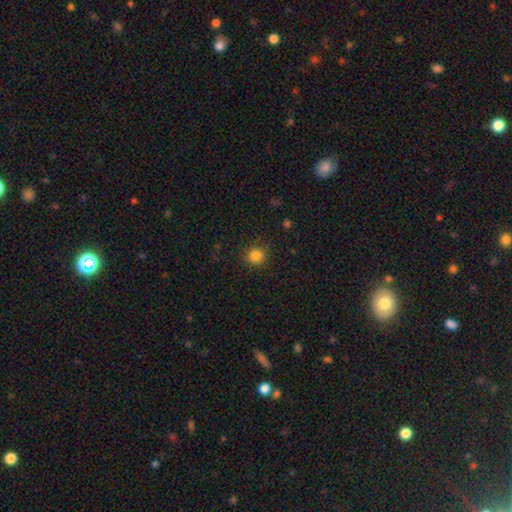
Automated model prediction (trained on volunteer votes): Q: Smooth or featured?
A: smooth (84%); runner-up: star or artifact (12%)
Q: How rounded?
A: round (92%); runner-up: in between (7%)
Q: Merging?
A: none (88%); runner-up: minor disturbance (8%)